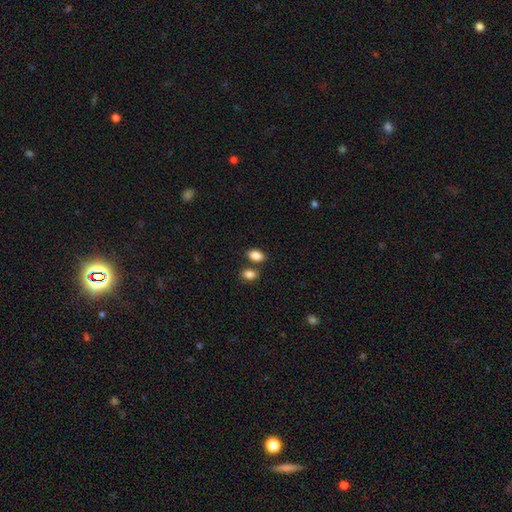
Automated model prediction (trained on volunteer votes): This is clearly a smooth galaxy (87%). How rounded: clearly in between (86%). Merging: likely none (68%).